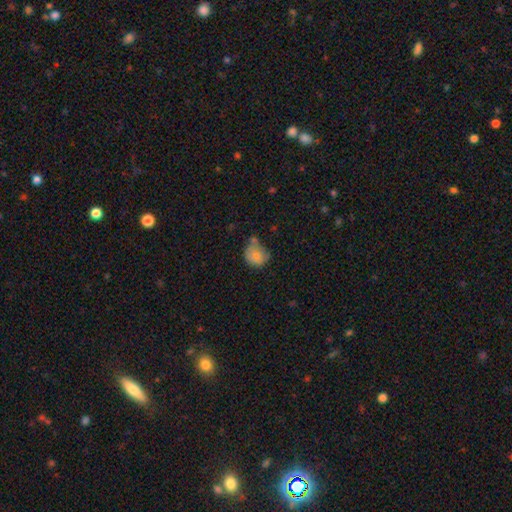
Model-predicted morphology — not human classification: Q: Smooth or featured?
A: smooth (78%); runner-up: featured or disk (13%)
Q: How rounded?
A: round (70%); runner-up: in between (29%)
Q: Merging?
A: none (44%); runner-up: minor disturbance (29%)